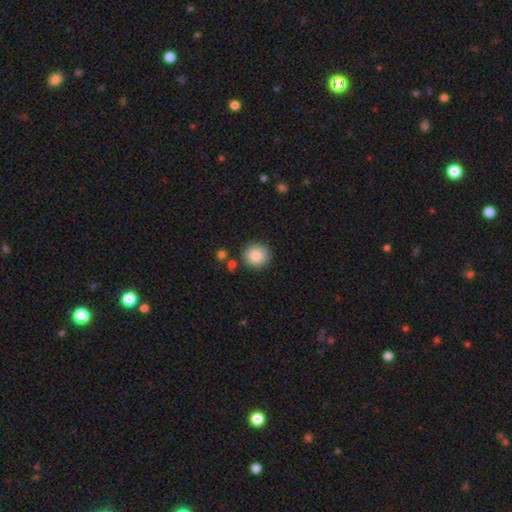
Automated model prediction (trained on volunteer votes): This is clearly a smooth galaxy (85%). How rounded: clearly round (93%). Merging: clearly none (85%).